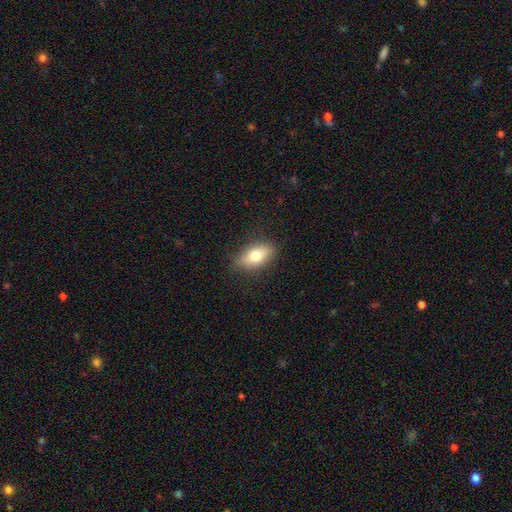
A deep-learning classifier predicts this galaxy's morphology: type=smooth (72%); roundness=in between (85%); merging=none (84%).